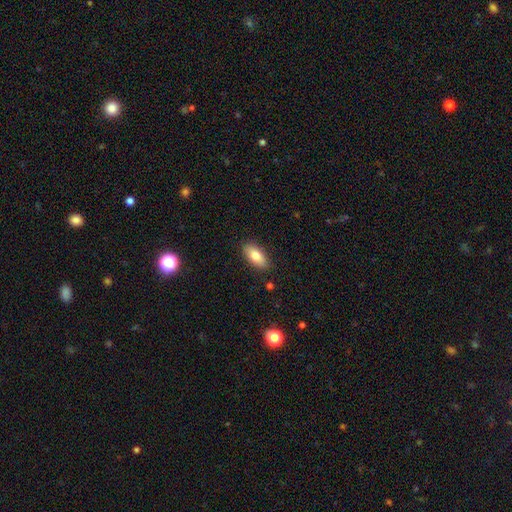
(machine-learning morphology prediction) Smooth or featured?
  - smooth: 79% *
  - featured or disk: 13%
  - star or artifact: 7%
How rounded?
  - in between: 87% *
  - cigar-shaped: 10%
  - round: 3%
Merging?
  - none: 87% *
  - minor disturbance: 10%
  - major disturbance: 2%
  - merger: 1%